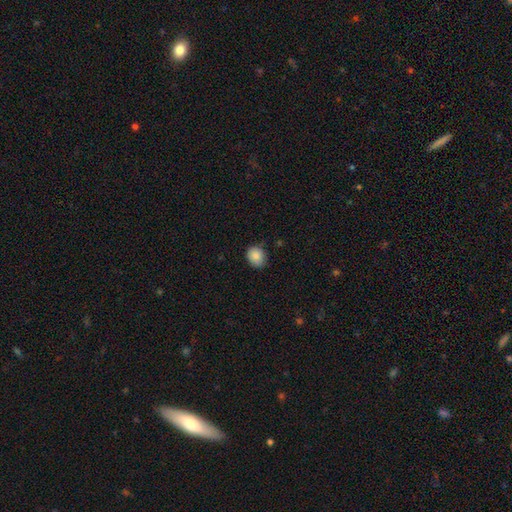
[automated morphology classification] A smooth galaxy with no disk features (88%) that is round (64%).

Vote fractions:
- Smooth or featured? smooth: 88% / star or artifact: 8% / featured or disk: 4%
- How rounded? round: 64% / in between: 35% / cigar-shaped: 1%
- Merging? none: 78% / minor disturbance: 18% / major disturbance: 3% / merger: 1%